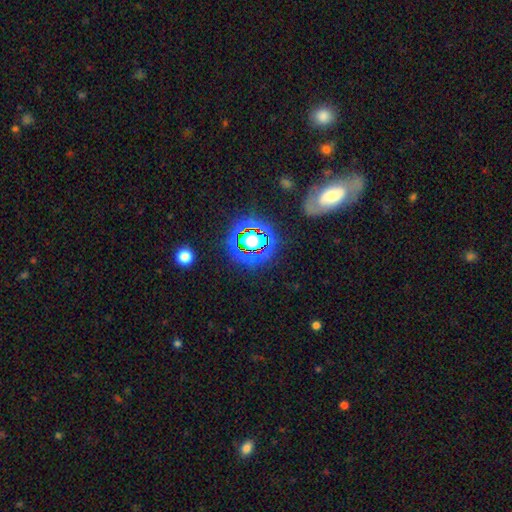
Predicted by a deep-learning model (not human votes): Smooth or featured? star or artifact (47%)